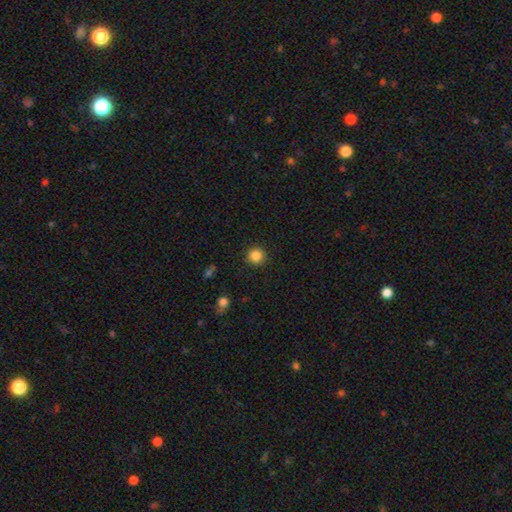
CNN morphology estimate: Q: Smooth or featured?
A: smooth (85%); runner-up: star or artifact (11%)
Q: How rounded?
A: round (95%); runner-up: in between (4%)
Q: Merging?
A: none (92%); runner-up: minor disturbance (5%)